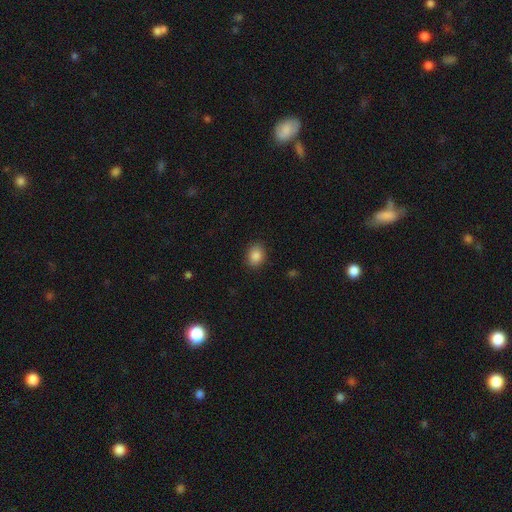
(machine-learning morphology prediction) Smooth or featured? Predicted: smooth (p=0.87). How rounded? Predicted: in between (p=0.53). Merging? Predicted: none (p=0.88).